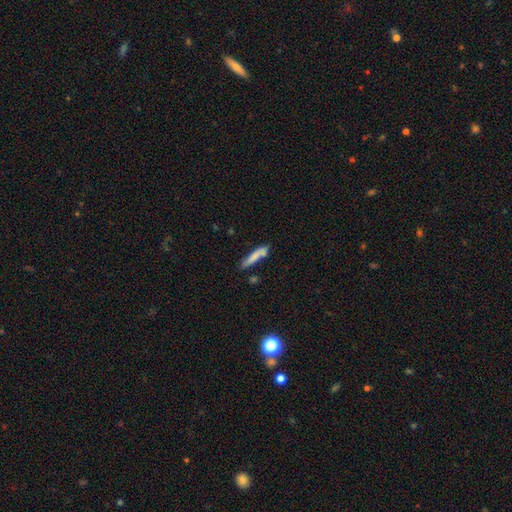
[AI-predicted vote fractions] A smooth galaxy with no disk features (72%) that is cigar-shaped (87%).

Vote fractions:
- Smooth or featured? smooth: 72% / featured or disk: 22% / star or artifact: 7%
- How rounded? cigar-shaped: 87% / in between: 11% / round: 2%
- Merging? none: 64% / minor disturbance: 19% / merger: 12% / major disturbance: 5%